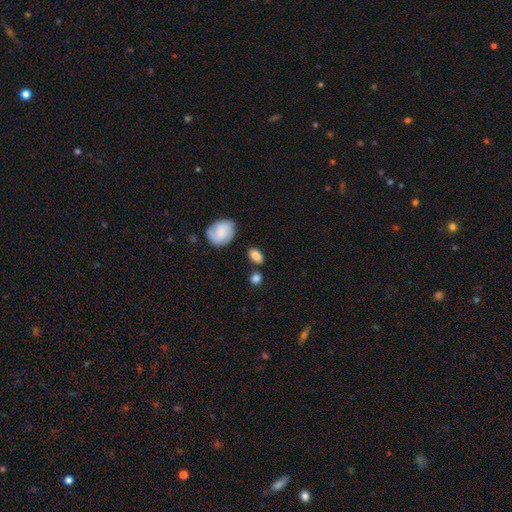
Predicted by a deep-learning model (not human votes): Morphology: type=smooth (82%); roundness=in between (82%); merging=none (74%).